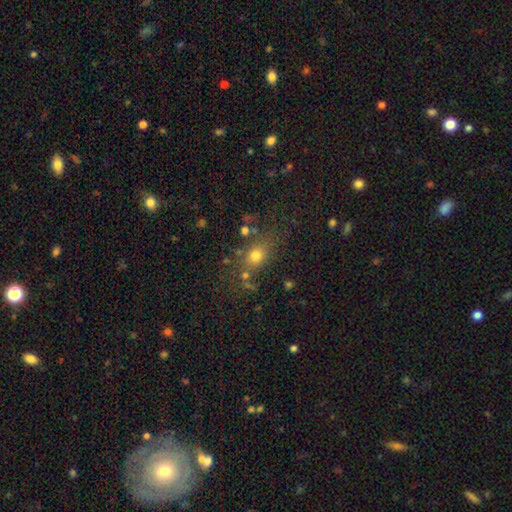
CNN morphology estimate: This appears to be a smooth galaxy with no disk features (68%) that is round (52%). Merging: none (67%).